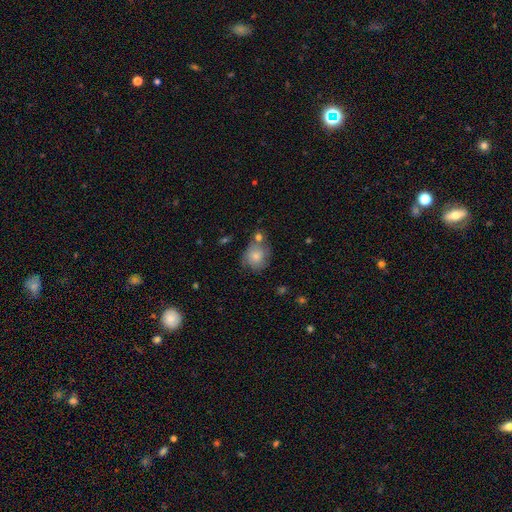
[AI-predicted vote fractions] A smooth galaxy with no disk features (62%) that is round (74%). Merging: none (51%).